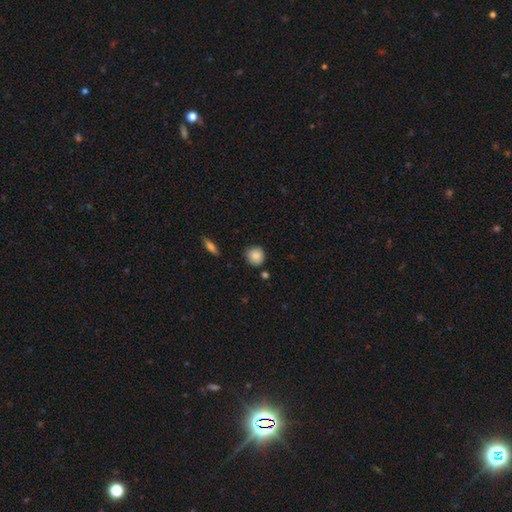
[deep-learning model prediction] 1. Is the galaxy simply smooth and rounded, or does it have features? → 87% smooth, 8% star or artifact, 6% featured or disk.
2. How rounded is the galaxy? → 90% round, 8% in between, 1% cigar-shaped.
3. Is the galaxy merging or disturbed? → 84% none, 11% minor disturbance, 3% merger, 2% major disturbance.